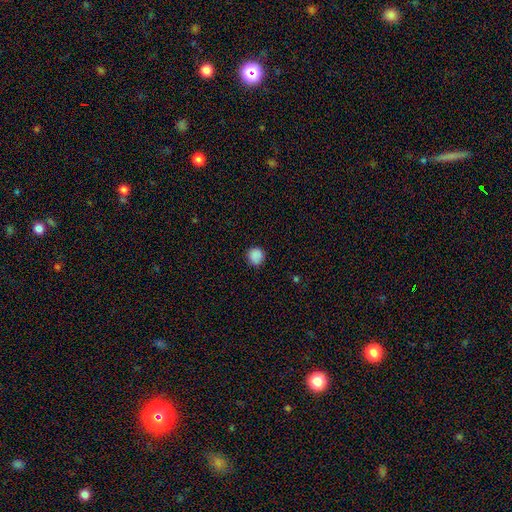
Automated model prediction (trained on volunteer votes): A smooth galaxy with no disk features (88%) that is round (90%). Merging: none (87%).